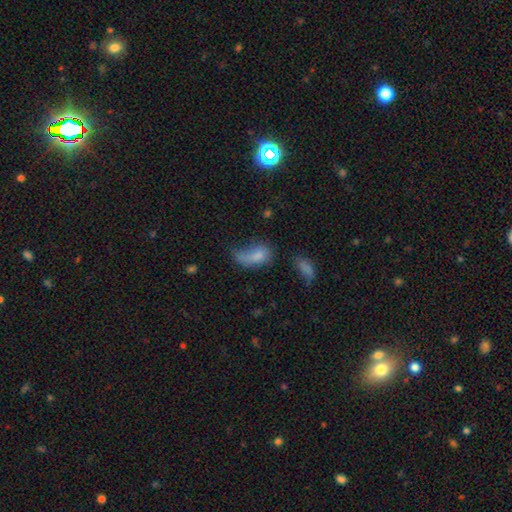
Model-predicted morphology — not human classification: This is likely a smooth galaxy (71%). How rounded: clearly in between (86%). Merging: marginally major disturbance (41%).